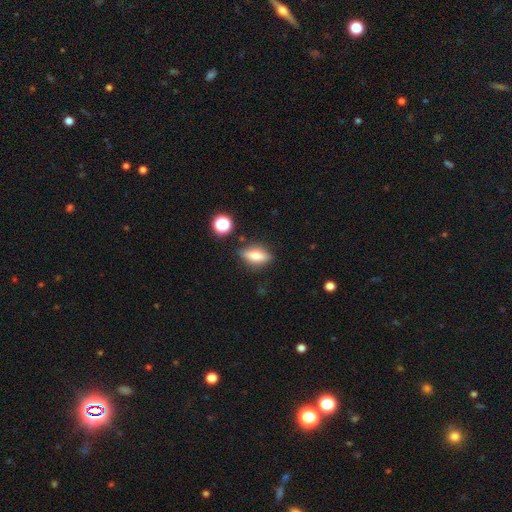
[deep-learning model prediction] Smooth or featured? smooth (68%)
How rounded? in between (68%)
Merging? none (80%)